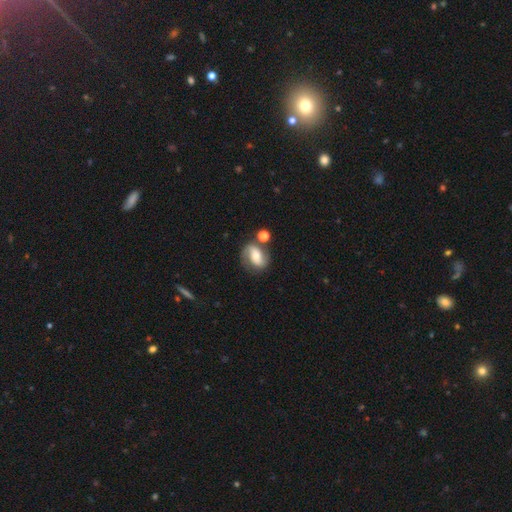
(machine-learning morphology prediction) smooth_or_featured: featured or disk (p=0.62) [alt: smooth p=0.30]
disk_edge_on: no (p=0.96) [alt: yes p=0.04]
bar: no (p=0.40) [alt: weak p=0.33]
has_spiral_arms: yes (p=0.84) [alt: no p=0.16]
bulge_size: moderate (p=0.64) [alt: small p=0.26]
merging: none (p=0.66) [alt: minor disturbance p=0.16]